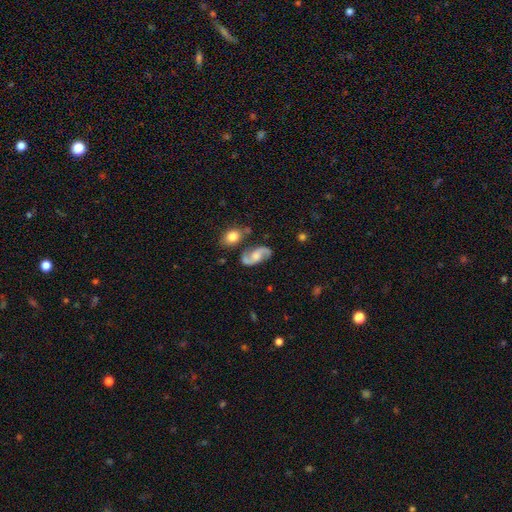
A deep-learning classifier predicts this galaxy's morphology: smooth-or-featured: featured or disk: 82% | smooth: 12% | star or artifact: 6%
  disk-edge-on: no: 96% | yes: 4%
    bar: no: 55% | weak: 36% | strong: 9%
    has-spiral-arms: yes: 96% | no: 4%
      spiral-winding: loose: 52% | medium: 38% | tight: 10%
      spiral-arm-count: 2: 93% | can't tell: 2% | 1: 1% | 3: 1% | 4: 1% | more than 4: 1%
    bulge-size: moderate: 42% | small: 21% | large: 18% | none: 17% | dominant: 2%
  merging: none: 70% | minor disturbance: 15% | merger: 10% | major disturbance: 5%